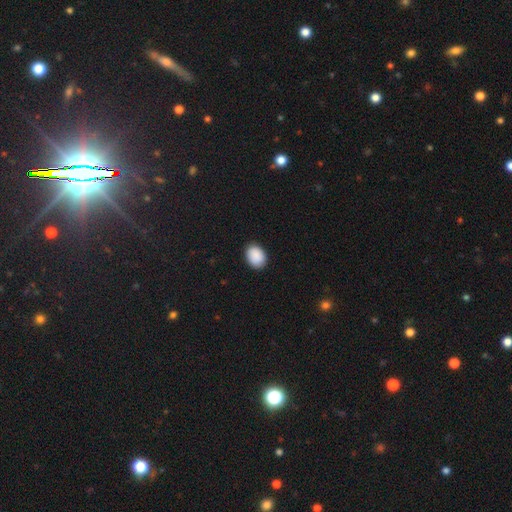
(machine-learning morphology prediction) A smooth galaxy with no disk features (91%) that is in between round and cigar-shaped (66%). Merging: none (89%).